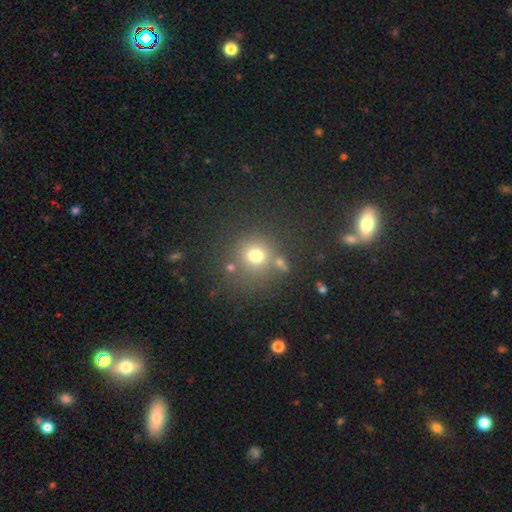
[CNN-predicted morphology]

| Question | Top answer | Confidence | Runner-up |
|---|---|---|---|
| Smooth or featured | smooth | 72% | star or artifact (19%) |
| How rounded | round | 89% | in between (10%) |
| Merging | none | 74% | minor disturbance (11%) |